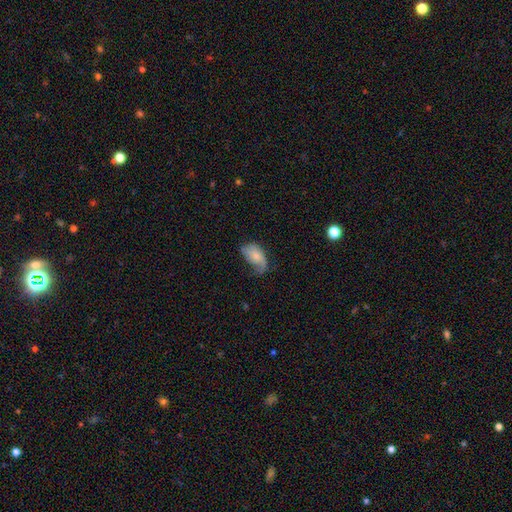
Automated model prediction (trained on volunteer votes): Morphology: type=smooth (53%); roundness=in between (91%); merging=minor disturbance (35%).